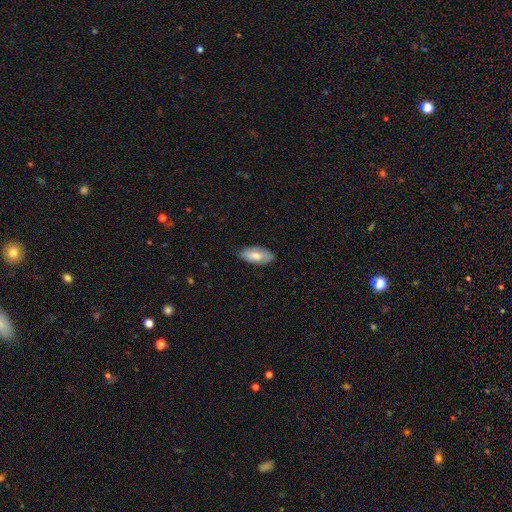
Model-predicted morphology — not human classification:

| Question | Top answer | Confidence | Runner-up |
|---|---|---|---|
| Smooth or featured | smooth | 75% | featured or disk (19%) |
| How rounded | in between | 90% | cigar-shaped (8%) |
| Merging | none | 79% | minor disturbance (17%) |